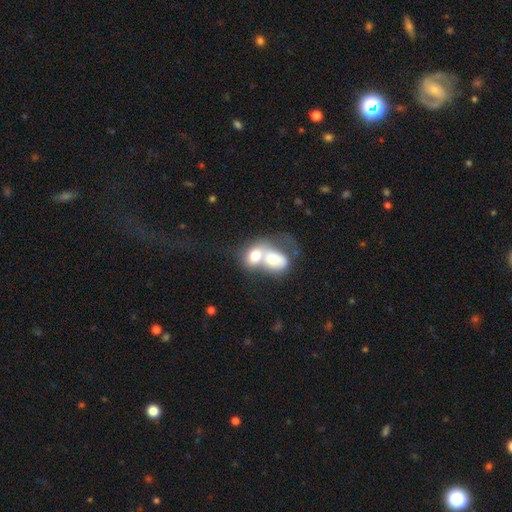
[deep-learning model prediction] This appears to be a smooth galaxy with no disk features (66%) that is in between round and cigar-shaped (61%). Merging: merger (81%).